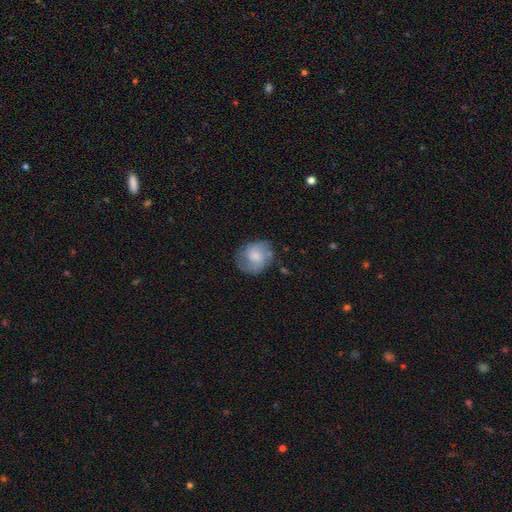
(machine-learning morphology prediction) Smooth or featured: smooth — 52% (featured or disk — 41%)
How rounded: round — 68% (in between — 31%)
Merging: none — 63% (minor disturbance — 24%)